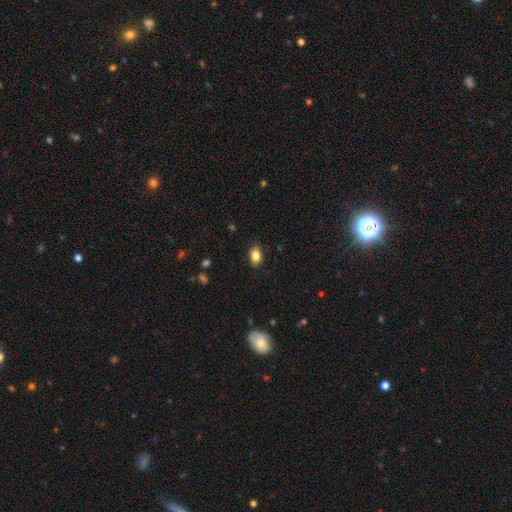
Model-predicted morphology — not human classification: smooth_or_featured: smooth (p=0.85) [alt: star or artifact p=0.09]
how_rounded: in between (p=0.83) [alt: round p=0.16]
merging: none (p=0.87) [alt: minor disturbance p=0.09]